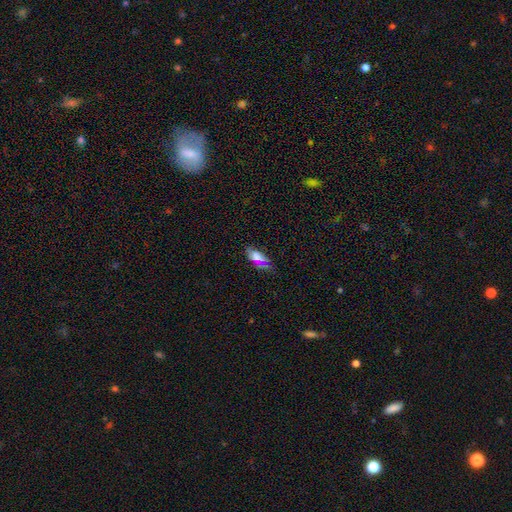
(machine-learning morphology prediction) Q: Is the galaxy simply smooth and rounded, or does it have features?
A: smooth — 56%.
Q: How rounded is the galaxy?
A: in between — 77%.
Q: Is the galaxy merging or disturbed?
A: none — 70%.